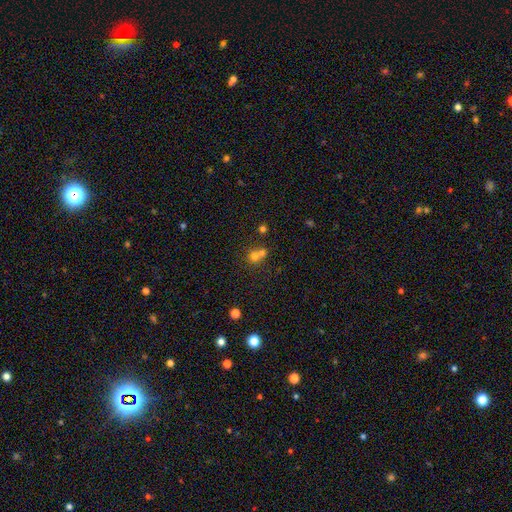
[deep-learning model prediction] A smooth galaxy with no disk features (67%) that is round (84%). Merging: merger (54%).